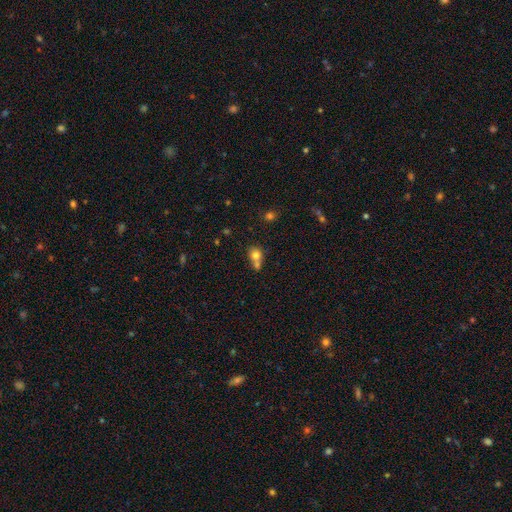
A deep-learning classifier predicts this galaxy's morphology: This appears to be a smooth galaxy with no disk features (75%) that is round (71%). Merging: merger (55%).